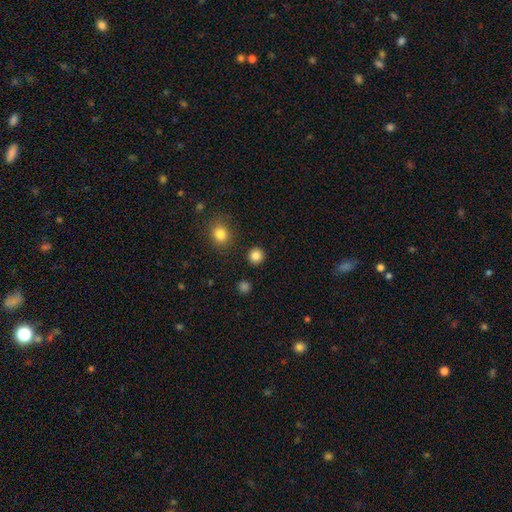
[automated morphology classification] smooth_or_featured: smooth (p=0.84) [alt: star or artifact p=0.12]
how_rounded: round (p=0.93) [alt: in between p=0.06]
merging: none (p=0.92) [alt: minor disturbance p=0.05]